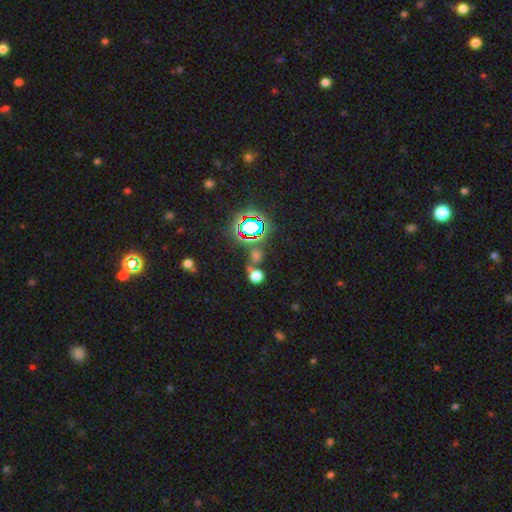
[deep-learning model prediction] This appears to be a star or artifact, not a galaxy (57%).